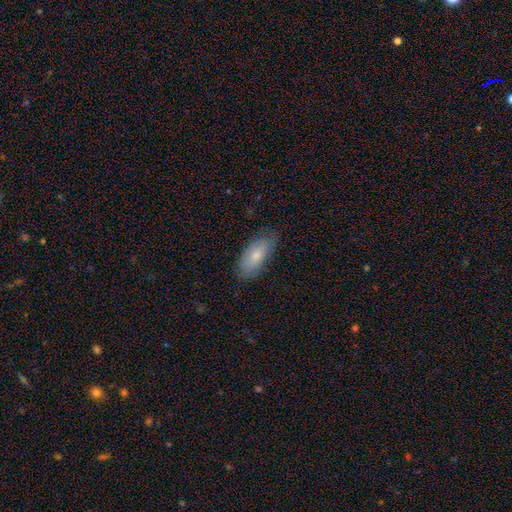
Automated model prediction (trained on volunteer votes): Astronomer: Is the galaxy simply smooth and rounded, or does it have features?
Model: smooth — 74%.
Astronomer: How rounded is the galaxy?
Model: in between — 86%.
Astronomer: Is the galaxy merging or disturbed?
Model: none — 76%.